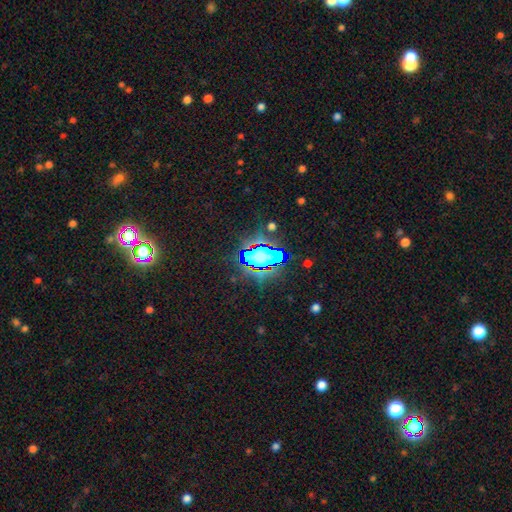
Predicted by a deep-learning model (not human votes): This is clearly a star or artifact rather than a galaxy (81%).